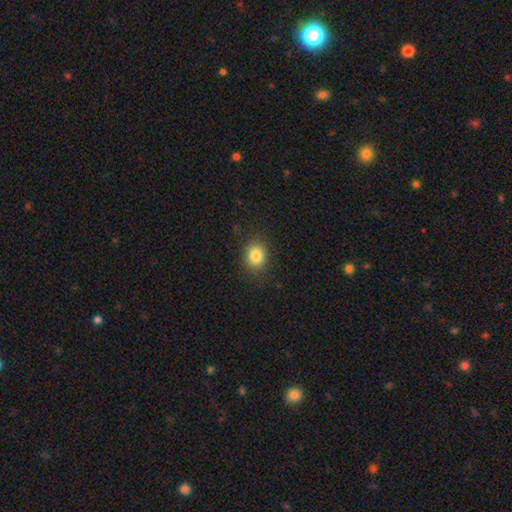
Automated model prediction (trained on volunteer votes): smooth_or_featured: smooth (p=0.84) [alt: star or artifact p=0.11]
how_rounded: round (p=0.65) [alt: in between p=0.34]
merging: none (p=0.88) [alt: minor disturbance p=0.08]